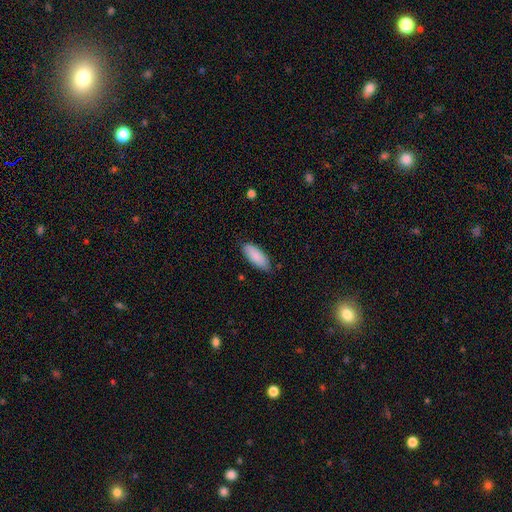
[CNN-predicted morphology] A smooth galaxy with no disk features (89%) that is in between round and cigar-shaped (79%).

Vote fractions:
- Smooth or featured? smooth: 89% / star or artifact: 6% / featured or disk: 6%
- How rounded? in between: 79% / cigar-shaped: 20% / round: 2%
- Merging? none: 82% / minor disturbance: 14% / major disturbance: 2% / merger: 1%